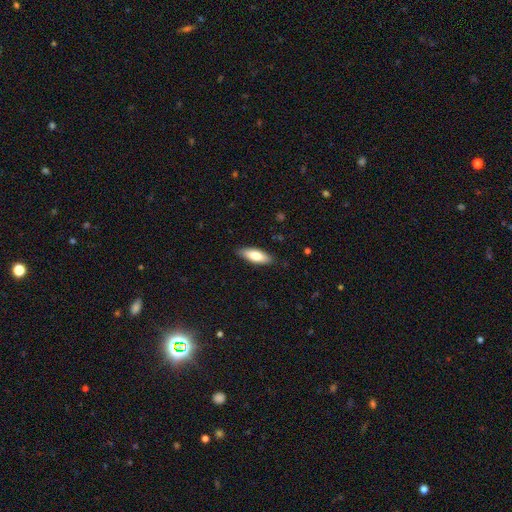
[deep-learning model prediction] This appears to be a smooth galaxy with no disk features (78%) that is in between round and cigar-shaped (68%). Merging: none (87%).